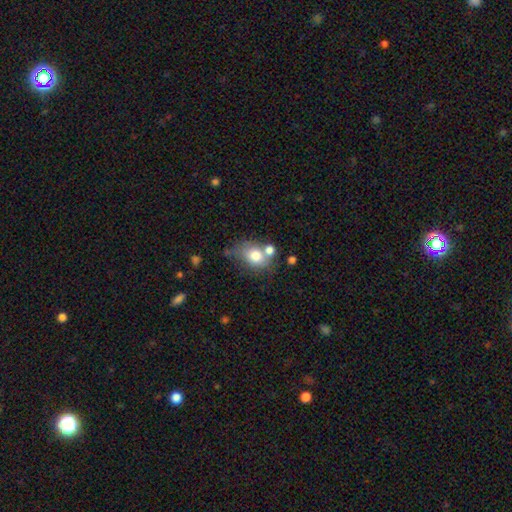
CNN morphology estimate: Smooth or featured: smooth — 74% (featured or disk — 16%)
How rounded: in between — 62% (round — 36%)
Merging: none — 45% (merger — 28%)